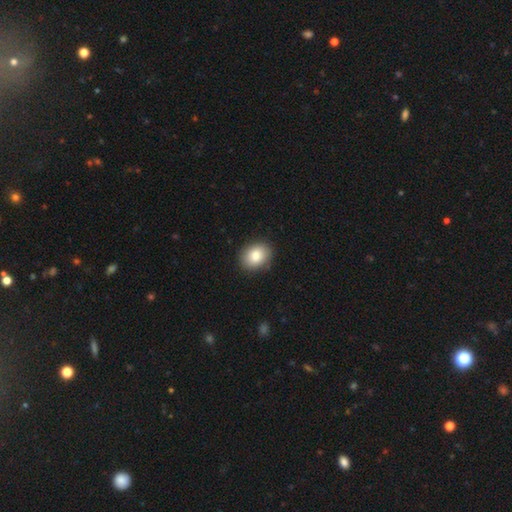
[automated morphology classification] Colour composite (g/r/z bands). It shows a smooth galaxy with no disk features (84%) that is in between round and cigar-shaped (57%). Merging: none (88%).